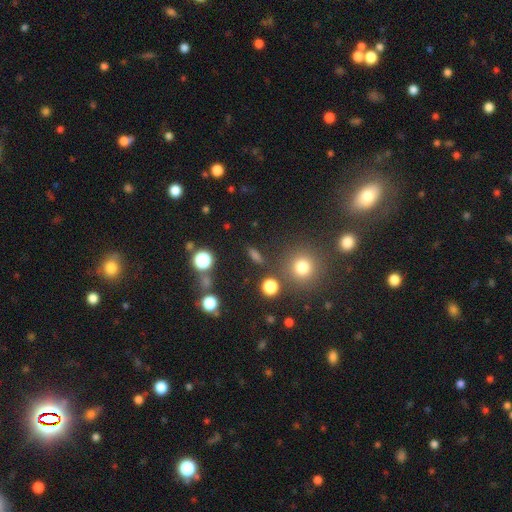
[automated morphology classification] This appears to be a smooth galaxy with no disk features (52%) that is round (89%). Merging: none (83%).